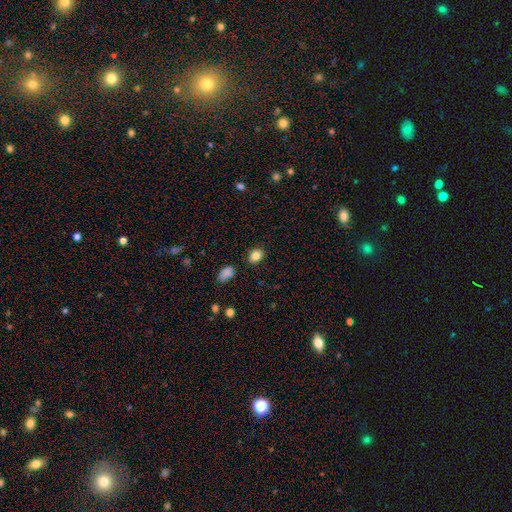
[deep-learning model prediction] smooth-or-featured: smooth: 85% | star or artifact: 10% | featured or disk: 6%
  how-rounded: in between: 62% | round: 37% | cigar-shaped: 1%
  merging: none: 86% | minor disturbance: 10% | major disturbance: 2% | merger: 2%